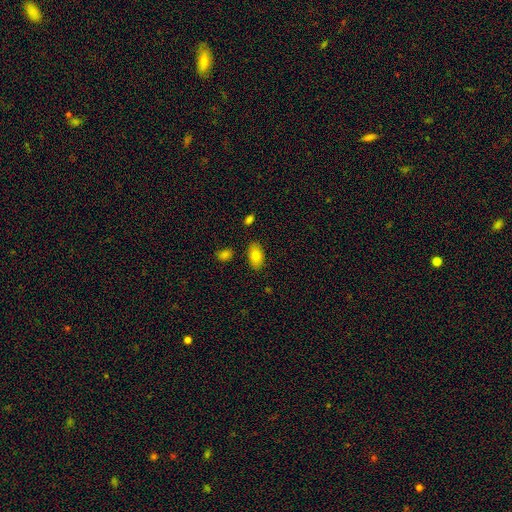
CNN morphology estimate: smooth 81%, featured or disk 12%, star or artifact 8%. Down the decision tree: how rounded — in between (92%); merging — none (85%).